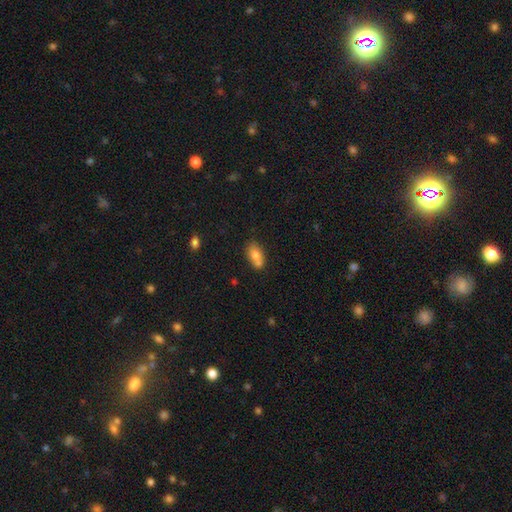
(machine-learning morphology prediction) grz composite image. It shows a smooth galaxy with no disk features (73%) that is in between round and cigar-shaped (83%). Merging: none (48%).